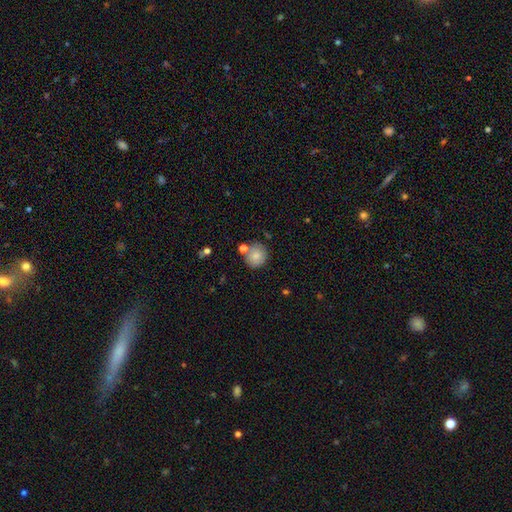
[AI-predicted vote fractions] Morphology: type=smooth (81%); roundness=round (90%); merging=none (74%).